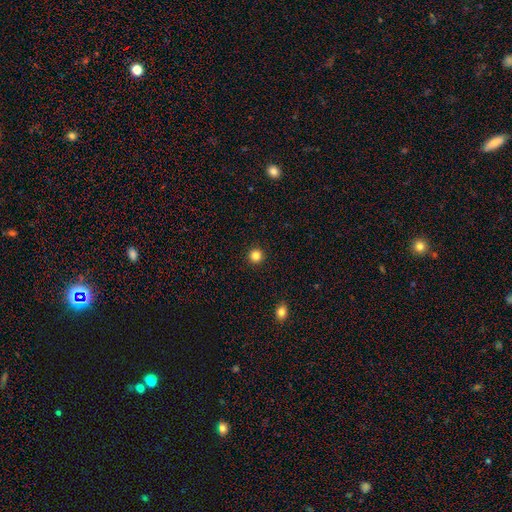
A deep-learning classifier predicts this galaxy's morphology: Smooth or featured?
  - smooth: 84% *
  - star or artifact: 12%
  - featured or disk: 4%
How rounded?
  - round: 95% *
  - in between: 4%
  - cigar-shaped: 1%
Merging?
  - none: 93% *
  - minor disturbance: 4%
  - major disturbance: 2%
  - merger: 1%